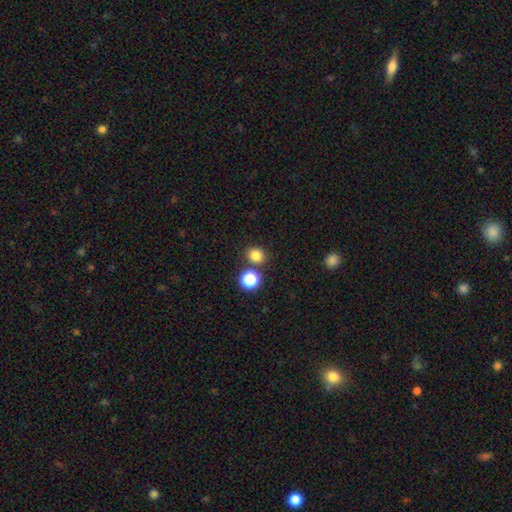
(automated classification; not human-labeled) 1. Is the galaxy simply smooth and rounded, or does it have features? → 80% smooth, 15% star or artifact, 5% featured or disk.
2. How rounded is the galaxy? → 81% round, 18% in between, 1% cigar-shaped.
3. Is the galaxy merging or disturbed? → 77% none, 13% merger, 7% minor disturbance, 3% major disturbance.